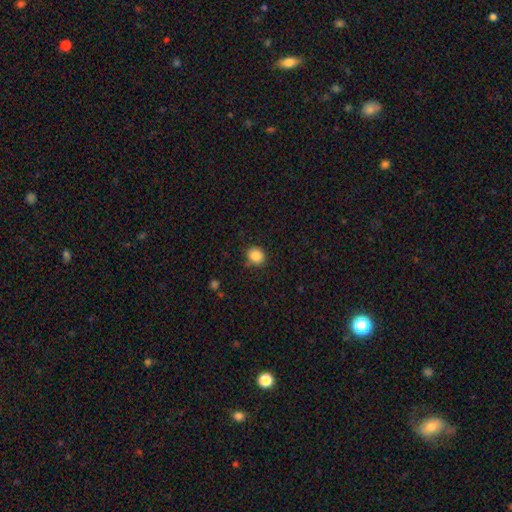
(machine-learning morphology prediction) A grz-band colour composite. It shows a smooth galaxy with no disk features (85%) that is round (84%). Merging: none (86%).